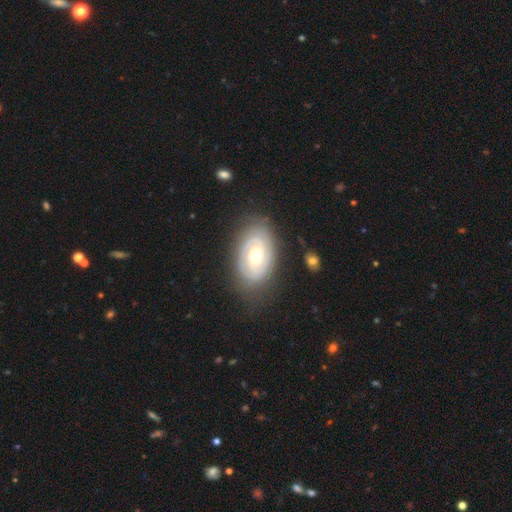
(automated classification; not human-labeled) Smooth or featured? featured or disk (84%)
Edge-on disk? no (96%)
Bar? no (65%)
Spiral arms? yes (93%)
Spiral winding? tight (78%)
Spiral arm count? 2 (57%)
Bulge size? moderate (57%)
Merging? none (80%)